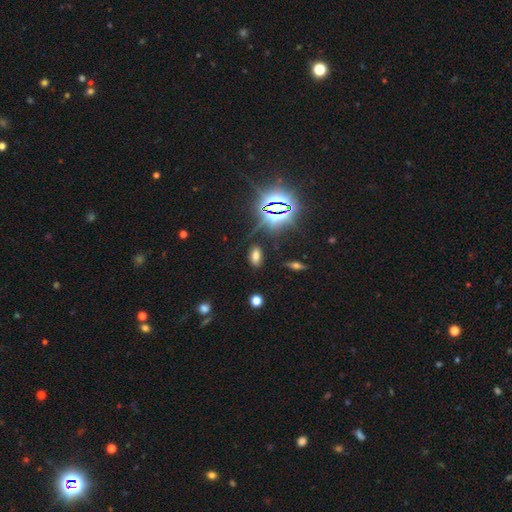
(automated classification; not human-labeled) smooth 60%, star or artifact 31%, featured or disk 9%. Down the decision tree: how rounded — in between (88%); merging — none (84%).